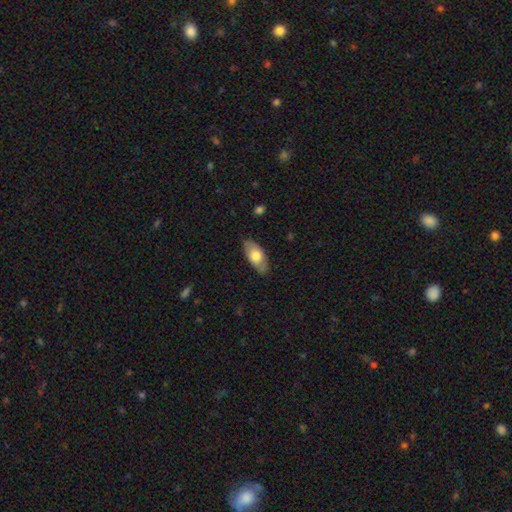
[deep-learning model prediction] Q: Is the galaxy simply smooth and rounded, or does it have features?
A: smooth — 66%.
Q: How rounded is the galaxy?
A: in between — 88%.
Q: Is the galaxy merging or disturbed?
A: none — 83%.